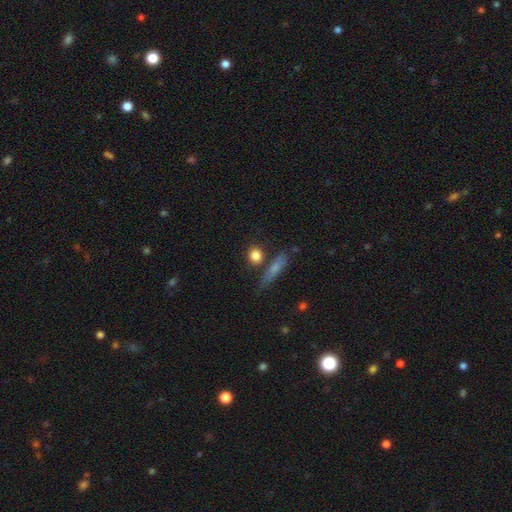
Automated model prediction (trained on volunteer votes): A smooth galaxy with no disk features (83%) that is round (70%).

Vote fractions:
- Smooth or featured? smooth: 83% / star or artifact: 9% / featured or disk: 9%
- How rounded? round: 70% / in between: 22% / cigar-shaped: 8%
- Merging? none: 72% / merger: 12% / minor disturbance: 12% / major disturbance: 4%